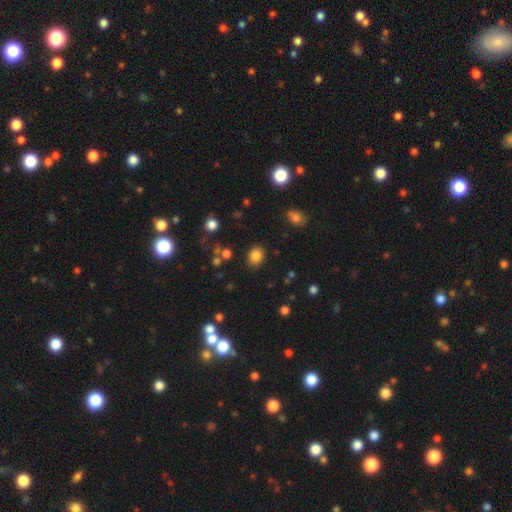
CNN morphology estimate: The model was most divided on "how rounded": round: 55%, in between: 44%, cigar-shaped: 1%. More confident: merging — none (85%); smooth or featured — smooth (83%).